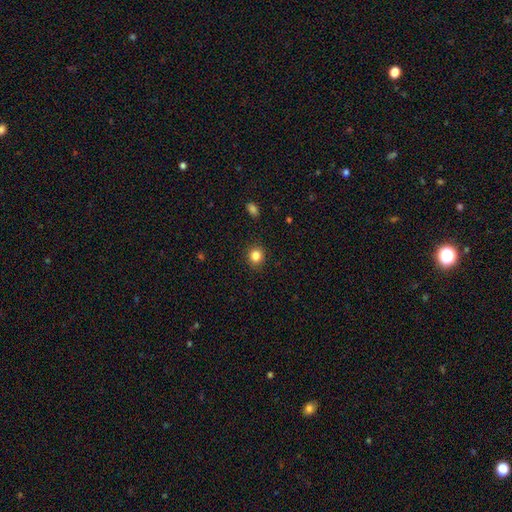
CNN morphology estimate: smooth 84%, star or artifact 11%, featured or disk 5%. Down the decision tree: how rounded — round (81%); merging — none (90%).